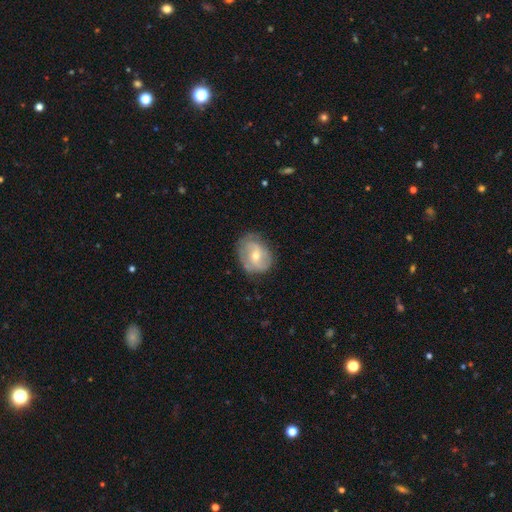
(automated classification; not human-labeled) smooth_or_featured: featured or disk (p=0.57) [alt: smooth p=0.36]
disk_edge_on: no (p=0.96) [alt: yes p=0.04]
bar: no (p=0.46) [alt: weak p=0.41]
has_spiral_arms: yes (p=0.68) [alt: no p=0.32]
bulge_size: moderate (p=0.50) [alt: small p=0.47]
merging: none (p=0.67) [alt: minor disturbance p=0.23]